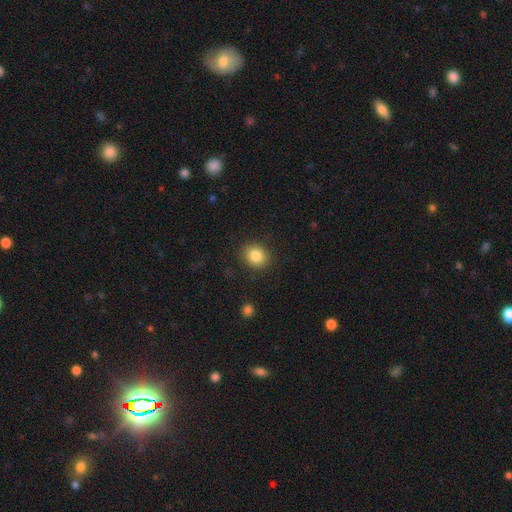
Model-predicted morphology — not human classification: type=smooth (84%); roundness=round (70%); merging=none (89%).